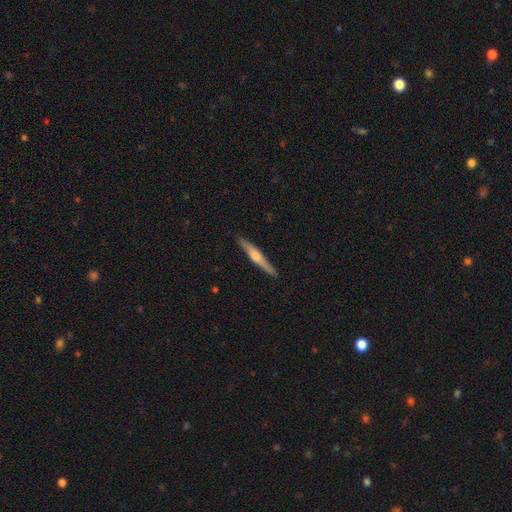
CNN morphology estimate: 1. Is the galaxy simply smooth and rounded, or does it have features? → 60% featured or disk, 35% smooth, 5% star or artifact.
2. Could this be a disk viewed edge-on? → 97% yes, 3% no.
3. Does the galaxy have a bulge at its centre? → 82% rounded, 9% none, 8% boxy.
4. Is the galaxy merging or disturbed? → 89% none, 8% minor disturbance, 2% major disturbance, 1% merger.